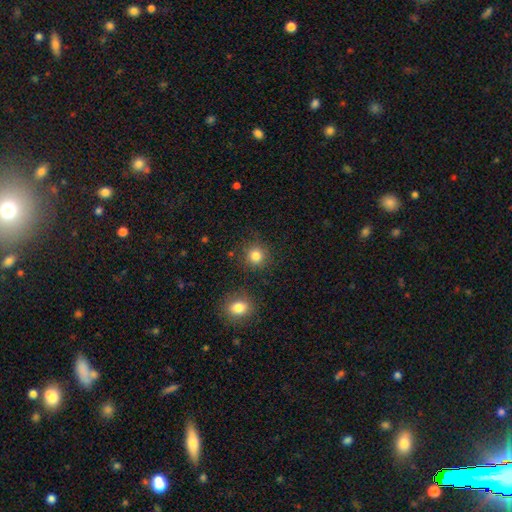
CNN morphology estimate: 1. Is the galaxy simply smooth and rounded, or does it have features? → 83% smooth, 12% star or artifact, 5% featured or disk.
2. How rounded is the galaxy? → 91% round, 8% in between, 1% cigar-shaped.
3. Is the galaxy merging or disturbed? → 84% none, 9% minor disturbance, 4% merger, 3% major disturbance.